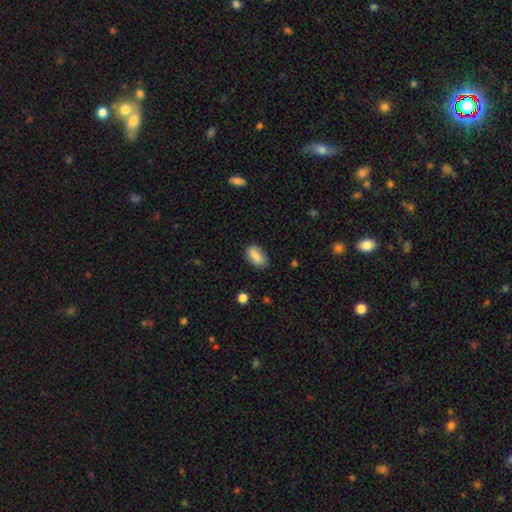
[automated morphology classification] smooth-or-featured: smooth: 83% | featured or disk: 10% | star or artifact: 7%
  how-rounded: in between: 91% | round: 6% | cigar-shaped: 3%
  merging: none: 82% | minor disturbance: 14% | major disturbance: 3% | merger: 1%